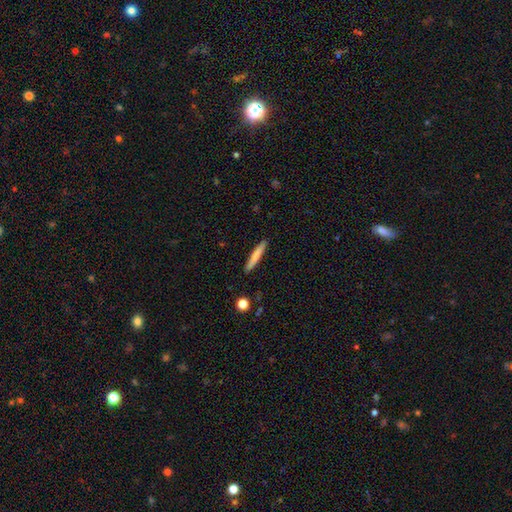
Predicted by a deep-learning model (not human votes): Q: Smooth or featured?
A: smooth (74%); runner-up: featured or disk (20%)
Q: How rounded?
A: cigar-shaped (95%); runner-up: in between (3%)
Q: Merging?
A: none (91%); runner-up: minor disturbance (6%)